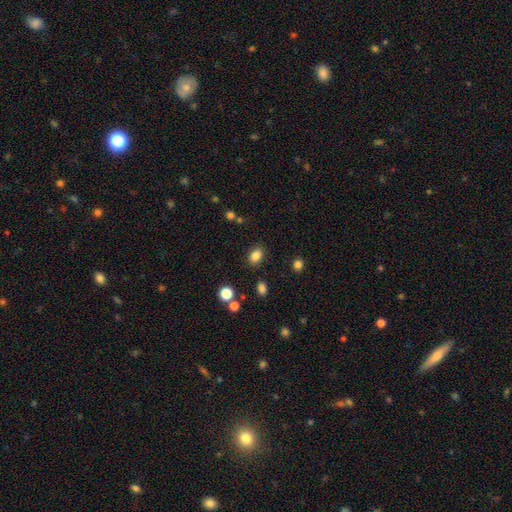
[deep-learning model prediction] smooth 84%, star or artifact 11%, featured or disk 5%. Down the decision tree: how rounded — in between (69%); merging — none (85%).